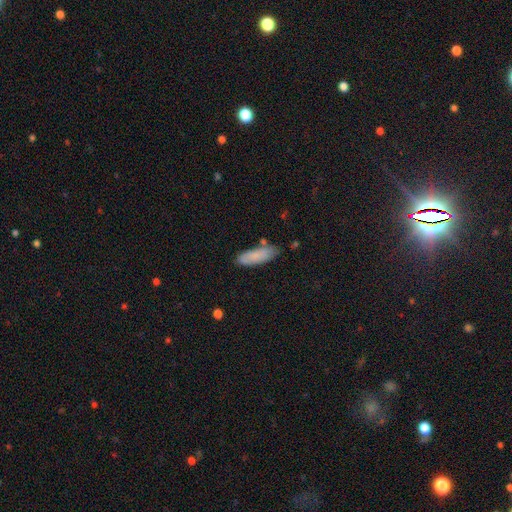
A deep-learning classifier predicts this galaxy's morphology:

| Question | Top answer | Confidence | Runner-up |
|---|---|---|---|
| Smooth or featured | smooth | 83% | featured or disk (11%) |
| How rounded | in between | 57% | cigar-shaped (42%) |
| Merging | none | 75% | minor disturbance (17%) |